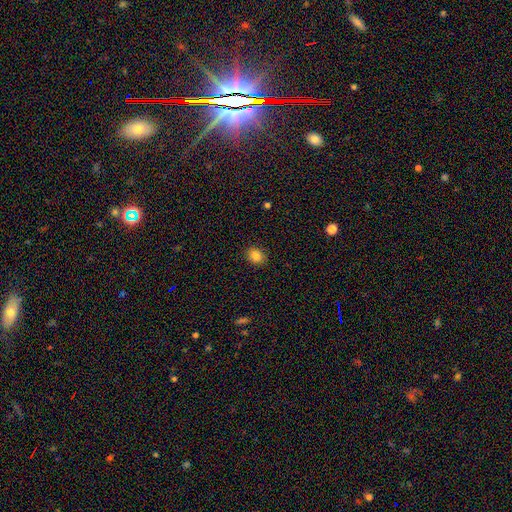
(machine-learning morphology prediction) Smooth or featured?
  - smooth: 83% *
  - star or artifact: 11%
  - featured or disk: 6%
How rounded?
  - round: 54% *
  - in between: 45%
  - cigar-shaped: 1%
Merging?
  - none: 88% *
  - minor disturbance: 8%
  - major disturbance: 2%
  - merger: 1%